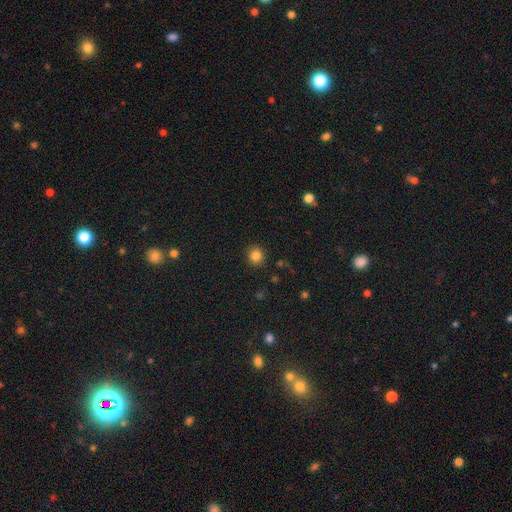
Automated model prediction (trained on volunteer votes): The model was most divided on "smooth or featured": smooth: 84%, star or artifact: 12%, featured or disk: 4%. More confident: how rounded — round (91%); merging — none (90%).